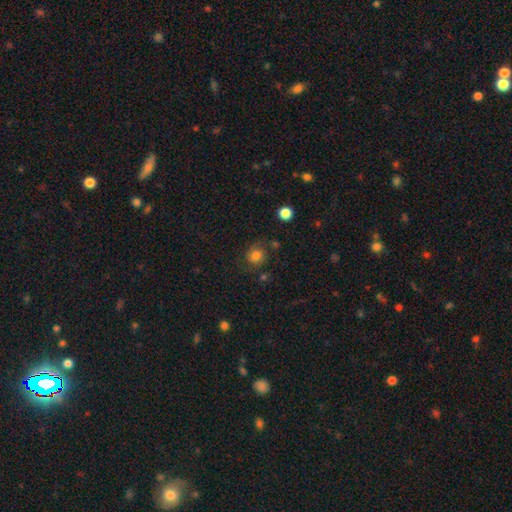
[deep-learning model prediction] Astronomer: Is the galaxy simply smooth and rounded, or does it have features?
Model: smooth — 75%.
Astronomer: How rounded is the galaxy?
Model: round — 81%.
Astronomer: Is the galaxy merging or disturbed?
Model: none — 72%.